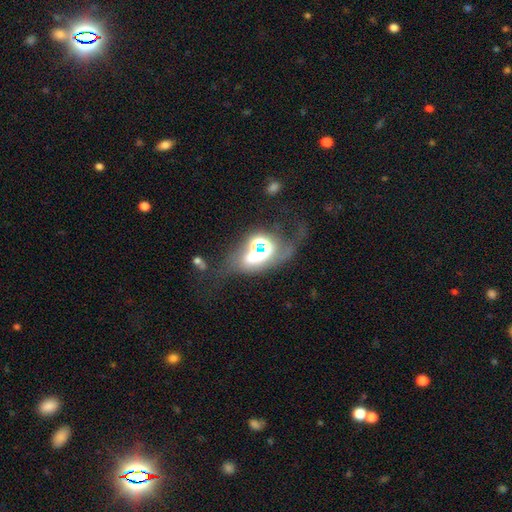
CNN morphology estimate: Smooth or featured?
  - smooth: 38% *
  - star or artifact: 32%
  - featured or disk: 30%
Merging?
  - none: 36% *
  - major disturbance: 30%
  - merger: 18%
  - minor disturbance: 17%